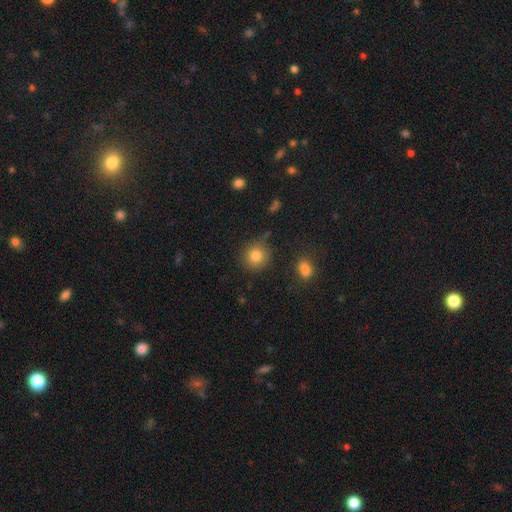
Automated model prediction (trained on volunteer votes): Smooth or featured? Predicted: smooth (p=0.82). How rounded? Predicted: round (p=0.90). Merging? Predicted: none (p=0.80).